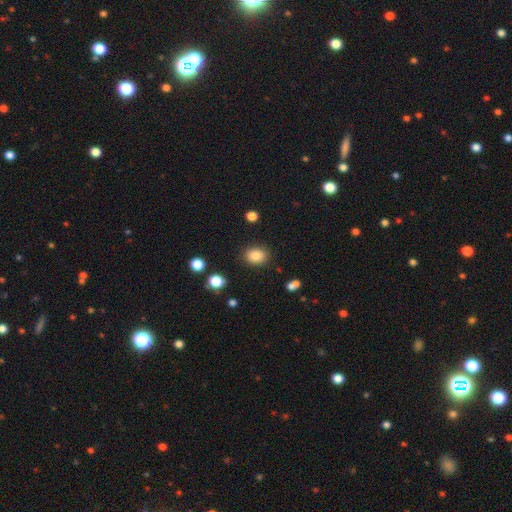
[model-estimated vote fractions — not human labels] Q: Smooth or featured?
A: smooth (84%); runner-up: star or artifact (10%)
Q: How rounded?
A: in between (55%); runner-up: round (44%)
Q: Merging?
A: none (86%); runner-up: minor disturbance (9%)